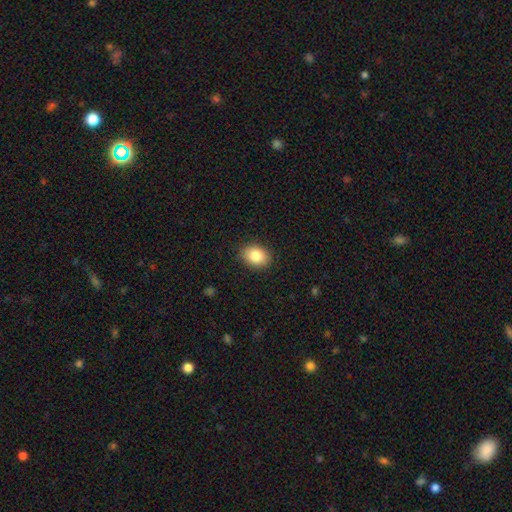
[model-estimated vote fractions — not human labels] Morphology: type=smooth (84%); roundness=in between (68%); merging=none (88%).